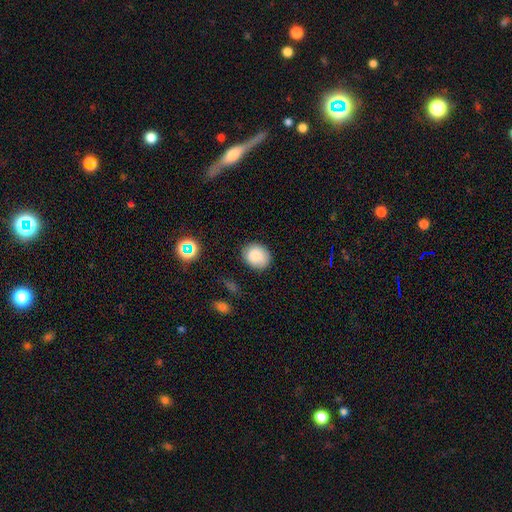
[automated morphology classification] Smooth or featured? Predicted: smooth (p=0.85). How rounded? Predicted: round (p=0.64). Merging? Predicted: none (p=0.82).